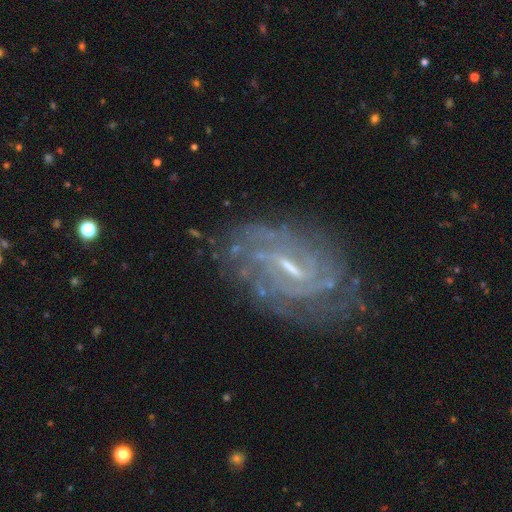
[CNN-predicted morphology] Overall: featured or disk (82%). Edge-on disk: no (95%). Bar: weak (47%; strong 38%). Spiral arms: yes (93%). Spiral arm count: can't tell (39%; 2 24%). Spiral winding: tight (65%; medium 27%). Bulge size: small (64%; moderate 25%). Merging: none (78%).